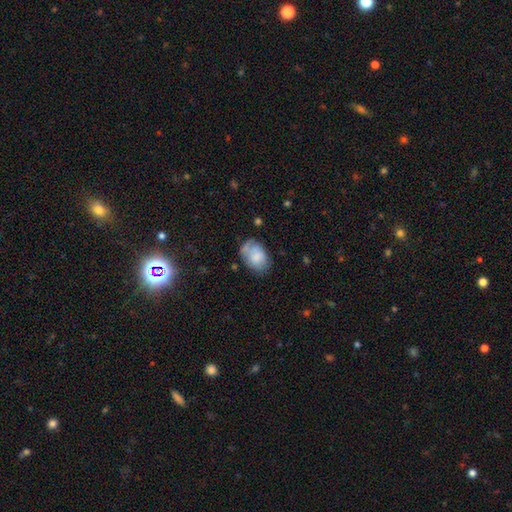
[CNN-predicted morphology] The model was most divided on "merging": none: 51%, minor disturbance: 29%, major disturbance: 11%, merger: 8%. More confident: how rounded — in between (84%); smooth or featured — smooth (73%).